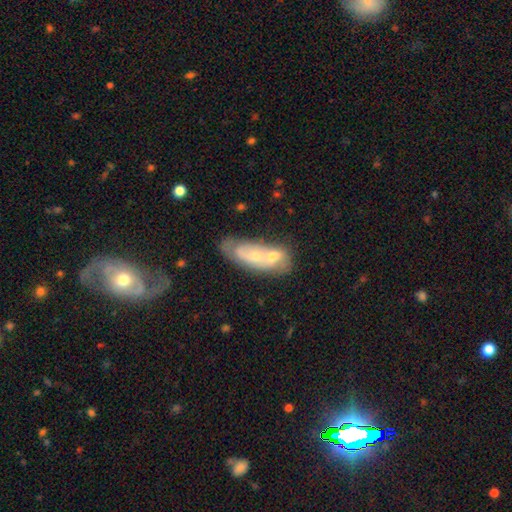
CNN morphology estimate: smooth 47%, featured or disk 46%, star or artifact 7%. Down the decision tree: merging — merger (70%).